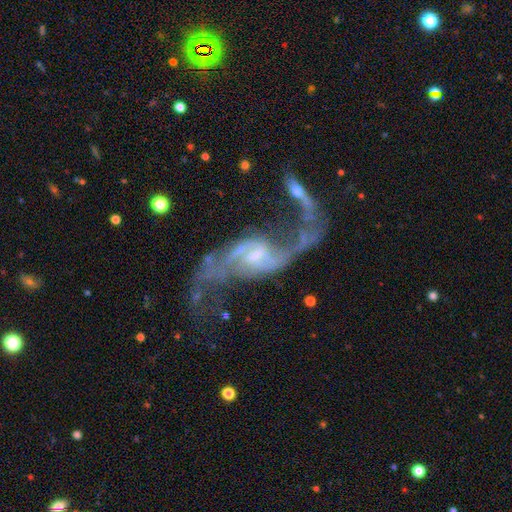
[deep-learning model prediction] Q: Smooth or featured?
A: featured or disk (89%); runner-up: star or artifact (6%)
Q: Edge-on disk?
A: no (95%); runner-up: yes (5%)
Q: Bar?
A: weak (51%); runner-up: no (27%)
Q: Spiral arms?
A: yes (93%); runner-up: no (7%)
Q: Spiral winding?
A: loose (86%); runner-up: medium (11%)
Q: Spiral arm count?
A: 2 (91%); runner-up: 1 (3%)
Q: Bulge size?
A: small (59%); runner-up: moderate (26%)
Q: Merging?
A: none (33%); runner-up: major disturbance (30%)